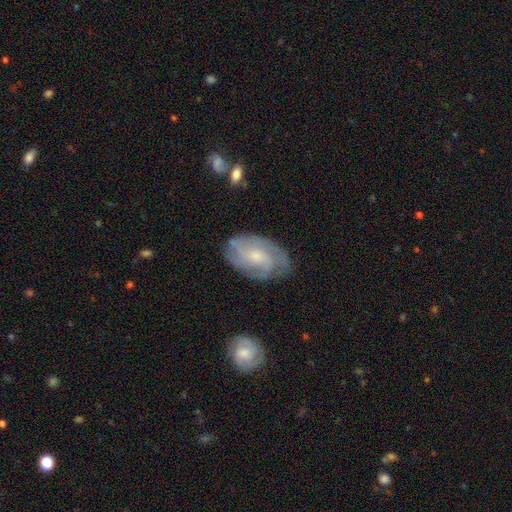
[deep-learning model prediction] smooth-or-featured: featured or disk: 75% | smooth: 19% | star or artifact: 6%
  disk-edge-on: no: 96% | yes: 4%
    bar: no: 58% | weak: 37% | strong: 5%
    has-spiral-arms: yes: 93% | no: 7%
      spiral-winding: tight: 52% | medium: 37% | loose: 11%
      spiral-arm-count: can't tell: 35% | 3: 24% | 2: 23% | 4: 9% | 1: 5% | more than 4: 4%
    bulge-size: small: 49% | moderate: 41% | none: 5% | large: 3% | dominant: 1%
  merging: none: 73% | minor disturbance: 19% | major disturbance: 6% | merger: 2%